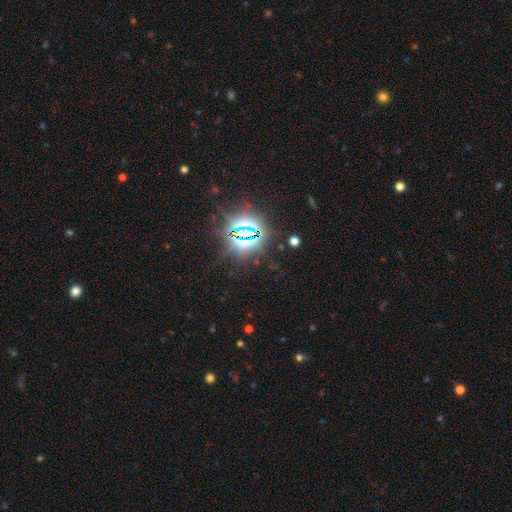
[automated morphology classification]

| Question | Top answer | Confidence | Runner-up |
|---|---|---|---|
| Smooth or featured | star or artifact | 85% | smooth (8%) |